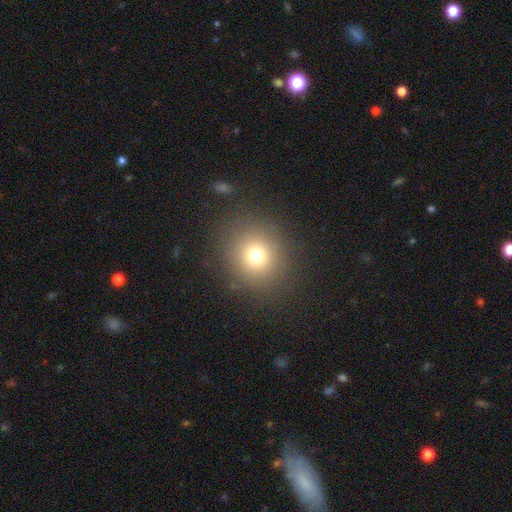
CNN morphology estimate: A smooth galaxy with no disk features (72%) that is round (89%).

Vote fractions:
- Smooth or featured? smooth: 72% / star or artifact: 18% / featured or disk: 10%
- How rounded? round: 89% / in between: 10% / cigar-shaped: 1%
- Merging? none: 87% / minor disturbance: 7% / major disturbance: 4% / merger: 2%